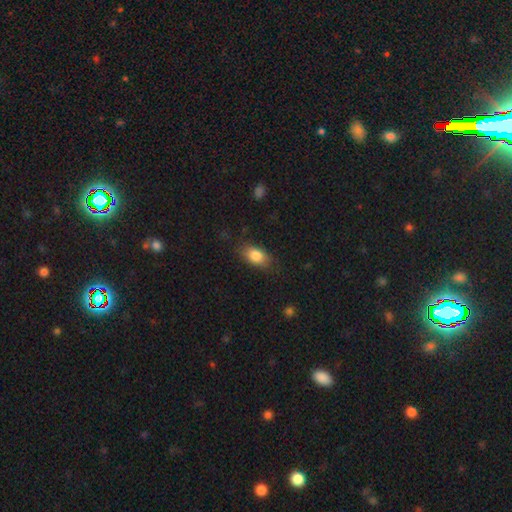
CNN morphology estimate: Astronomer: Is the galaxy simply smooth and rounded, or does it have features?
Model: smooth — 83%.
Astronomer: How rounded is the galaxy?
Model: in between — 87%.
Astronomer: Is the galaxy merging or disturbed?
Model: none — 77%.